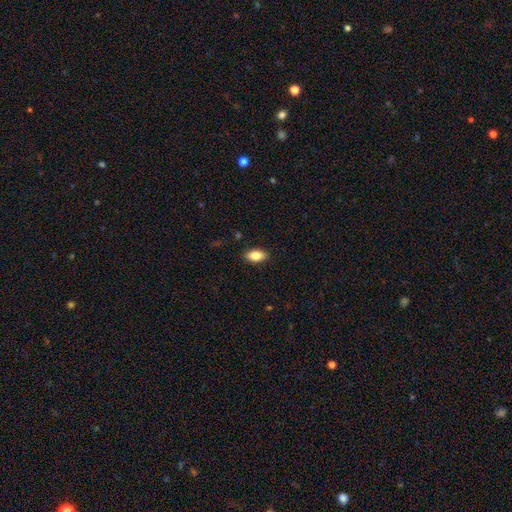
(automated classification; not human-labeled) Smooth or featured: smooth — 83% (featured or disk — 10%)
How rounded: in between — 91% (cigar-shaped — 5%)
Merging: none — 88% (minor disturbance — 9%)